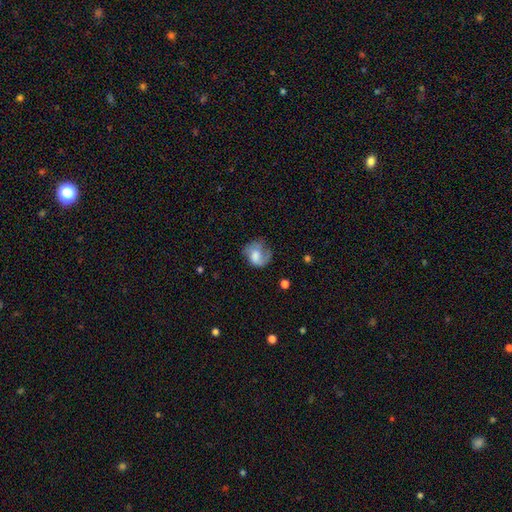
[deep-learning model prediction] Morphology: type=smooth (53%); roundness=round (66%); merging=none (48%).